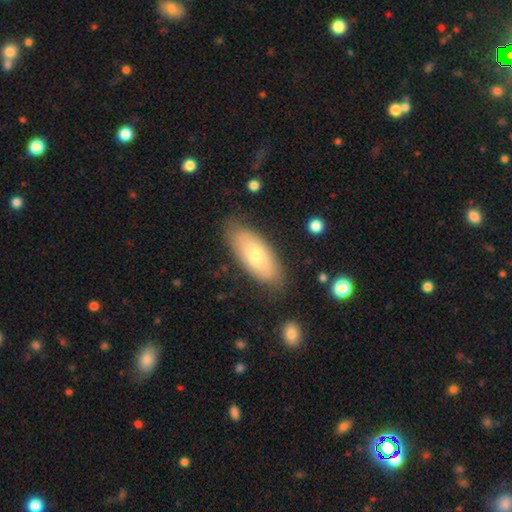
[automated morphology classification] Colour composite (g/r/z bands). It shows a smooth galaxy with no disk features (64%) that is in between round and cigar-shaped (84%). Merging: none (78%).